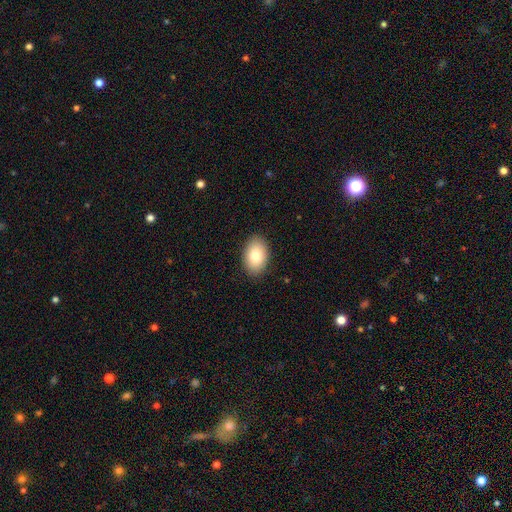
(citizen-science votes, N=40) Smooth or featured? 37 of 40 (92%) said smooth. How rounded? 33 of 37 (89%) said in between. Merging? 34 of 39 (87%) said none.